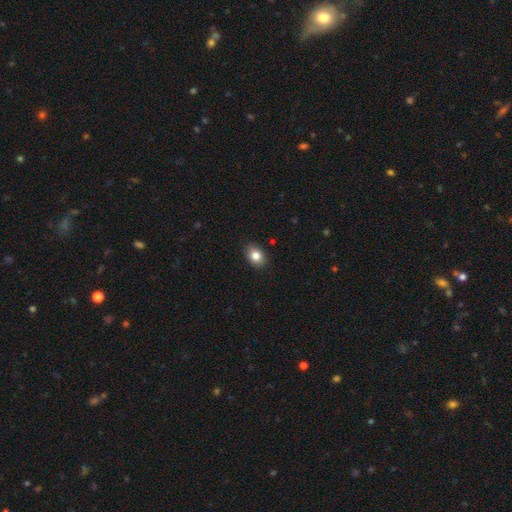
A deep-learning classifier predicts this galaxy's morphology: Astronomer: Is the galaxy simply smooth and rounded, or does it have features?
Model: smooth — 82%.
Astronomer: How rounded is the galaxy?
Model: in between — 70%.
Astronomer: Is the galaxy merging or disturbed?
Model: none — 87%.